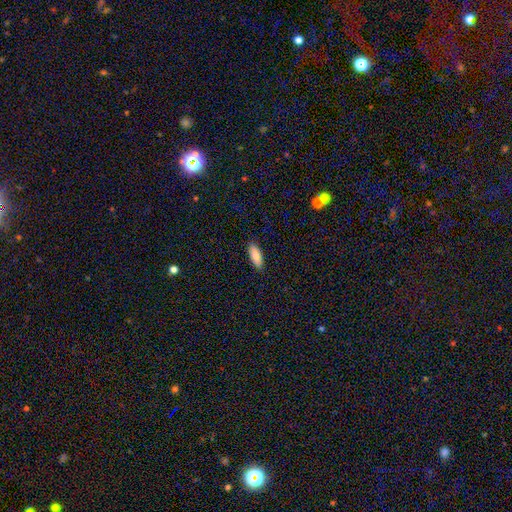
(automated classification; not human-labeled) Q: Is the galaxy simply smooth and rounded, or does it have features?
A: smooth — 87%.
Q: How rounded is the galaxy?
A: in between — 74%.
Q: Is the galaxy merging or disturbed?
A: none — 90%.